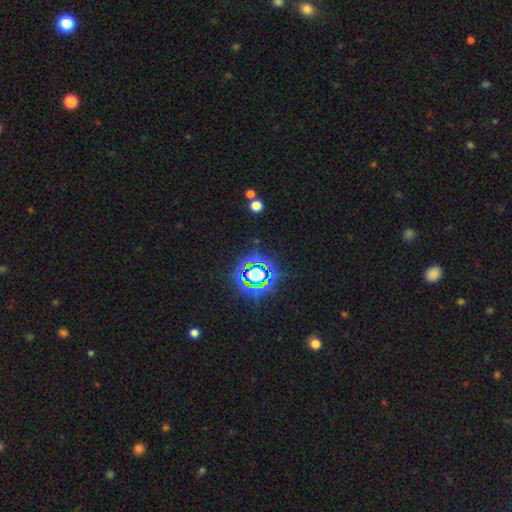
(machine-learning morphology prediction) type=star or artifact (81%).